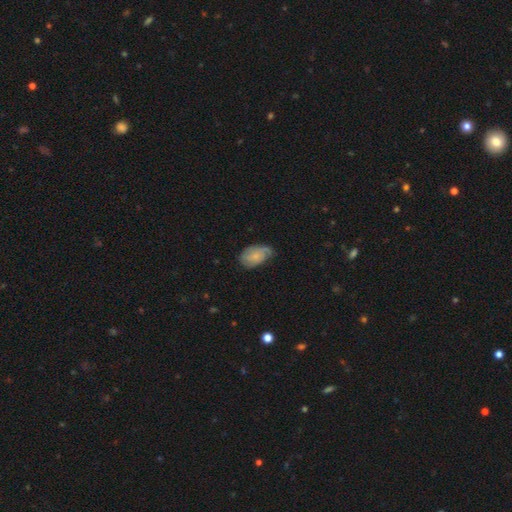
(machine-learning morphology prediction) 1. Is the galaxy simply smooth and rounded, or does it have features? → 50% smooth, 44% featured or disk, 7% star or artifact.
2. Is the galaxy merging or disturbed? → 51% none, 36% minor disturbance, 12% major disturbance, 2% merger.